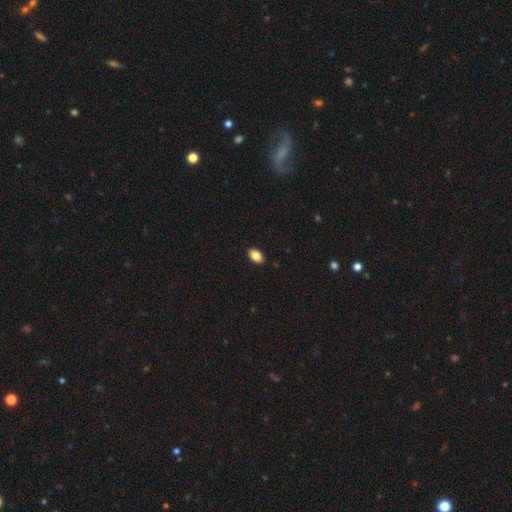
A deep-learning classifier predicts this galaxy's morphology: Smooth or featured? smooth (85%)
How rounded? in between (91%)
Merging? none (90%)